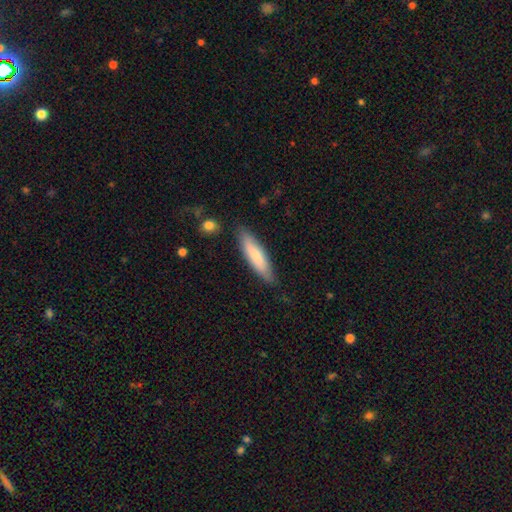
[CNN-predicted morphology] Smooth or featured: smooth — 77% (featured or disk — 17%)
How rounded: cigar-shaped — 71% (in between — 28%)
Merging: none — 82% (minor disturbance — 14%)